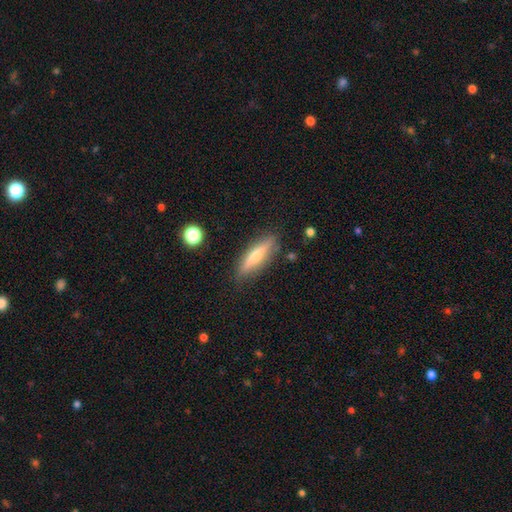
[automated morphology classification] type=featured or disk (48%); merging=none (85%).